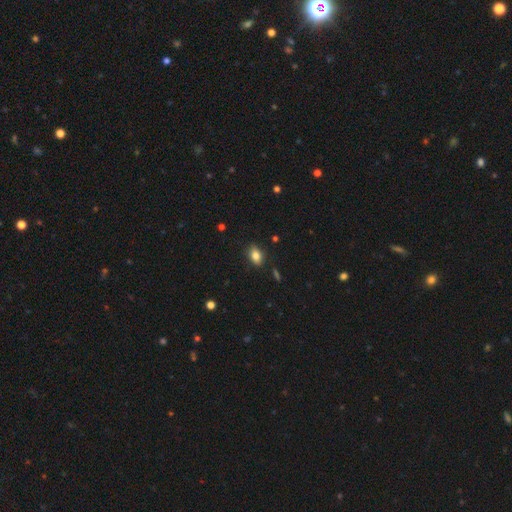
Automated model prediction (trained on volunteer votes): Smooth or featured: smooth — 80% (featured or disk — 11%)
How rounded: in between — 82% (round — 15%)
Merging: none — 83% (minor disturbance — 13%)